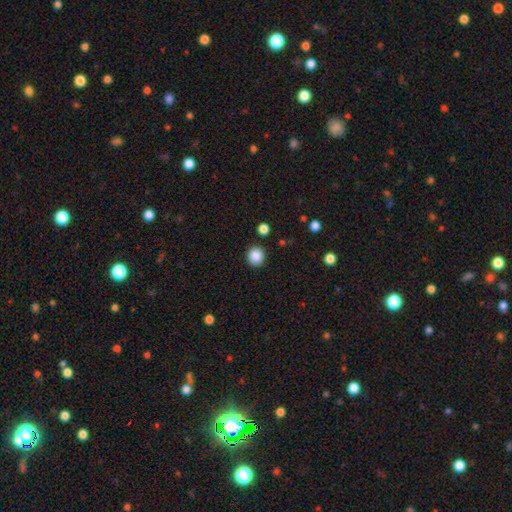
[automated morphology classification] The model was most divided on "smooth or featured": smooth: 87%, star or artifact: 10%, featured or disk: 4%. More confident: how rounded — round (90%); merging — none (90%).